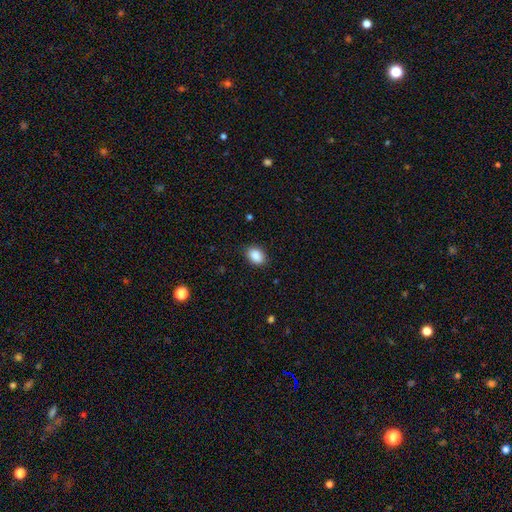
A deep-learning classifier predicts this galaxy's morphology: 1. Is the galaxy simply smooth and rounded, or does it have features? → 89% smooth, 8% star or artifact, 3% featured or disk.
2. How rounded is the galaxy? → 81% in between, 17% round, 1% cigar-shaped.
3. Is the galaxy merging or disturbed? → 86% none, 11% minor disturbance, 2% major disturbance, 1% merger.